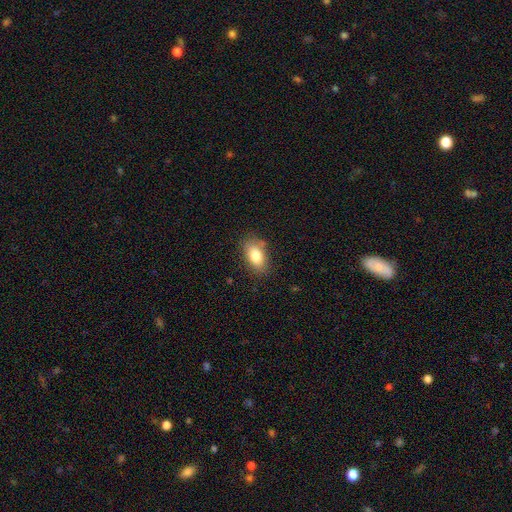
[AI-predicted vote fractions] Smooth or featured? Predicted: smooth (p=0.82). How rounded? Predicted: in between (p=0.90). Merging? Predicted: none (p=0.79).